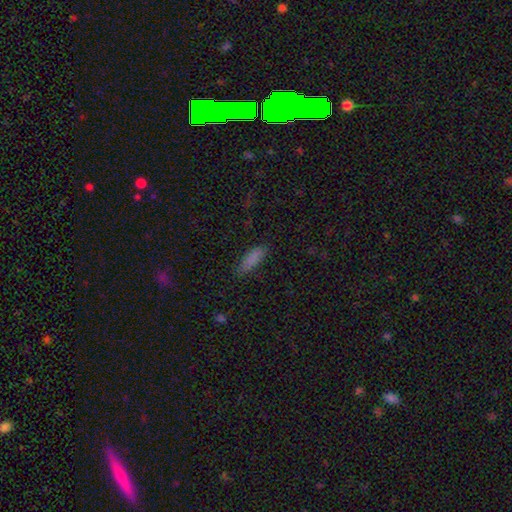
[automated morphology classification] Smooth or featured: smooth — 83% (star or artifact — 10%)
How rounded: cigar-shaped — 49% (tied with in between — 49%)
Merging: none — 83% (minor disturbance — 13%)